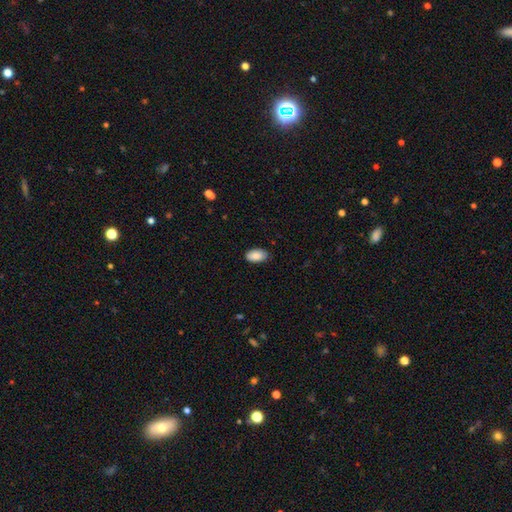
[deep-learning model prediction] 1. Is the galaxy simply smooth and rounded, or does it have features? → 87% smooth, 7% star or artifact, 7% featured or disk.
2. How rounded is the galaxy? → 95% in between, 4% round, 2% cigar-shaped.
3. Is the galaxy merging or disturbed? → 84% none, 13% minor disturbance, 2% major disturbance, 1% merger.